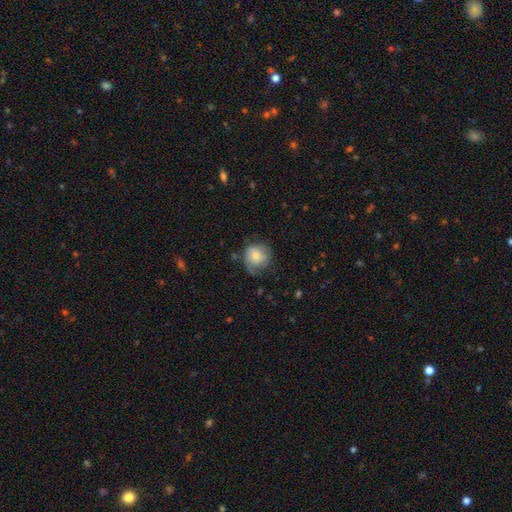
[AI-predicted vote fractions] Smooth or featured? smooth (71%)
How rounded? round (84%)
Merging? none (52%)